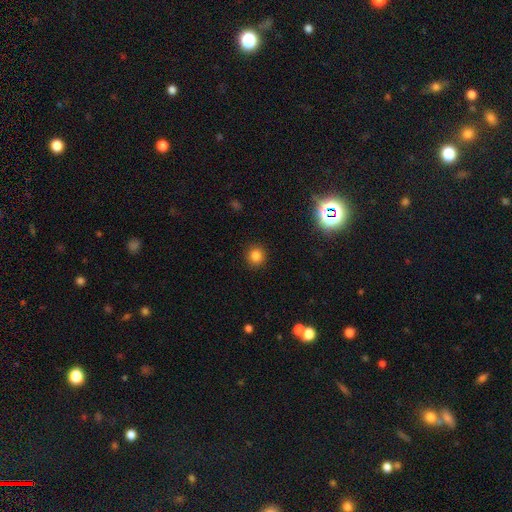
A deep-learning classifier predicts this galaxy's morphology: smooth-or-featured: smooth: 81% | star or artifact: 13% | featured or disk: 5%
  how-rounded: round: 92% | in between: 7% | cigar-shaped: 1%
  merging: none: 91% | minor disturbance: 6% | major disturbance: 2% | merger: 1%